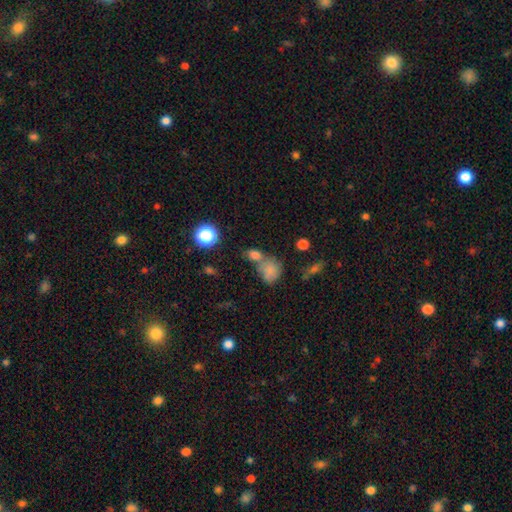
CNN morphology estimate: Smooth or featured?
  - smooth: 72% *
  - star or artifact: 17%
  - featured or disk: 11%
How rounded?
  - round: 51% *
  - in between: 46%
  - cigar-shaped: 3%
Merging?
  - merger: 43% *
  - none: 41%
  - minor disturbance: 10%
  - major disturbance: 5%